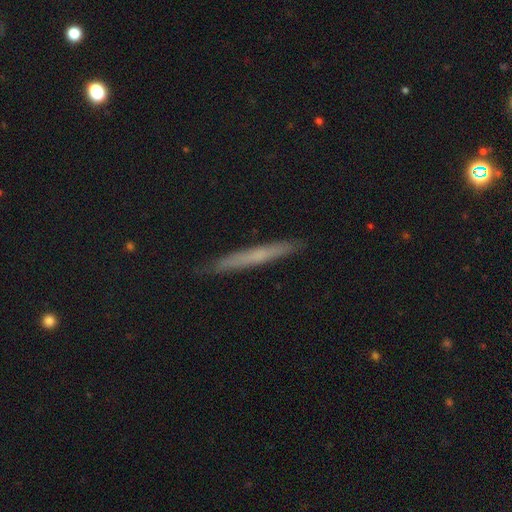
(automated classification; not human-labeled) smooth-or-featured: smooth: 49% | featured or disk: 42% | star or artifact: 9%
  merging: none: 88% | minor disturbance: 9% | major disturbance: 2% | merger: 1%